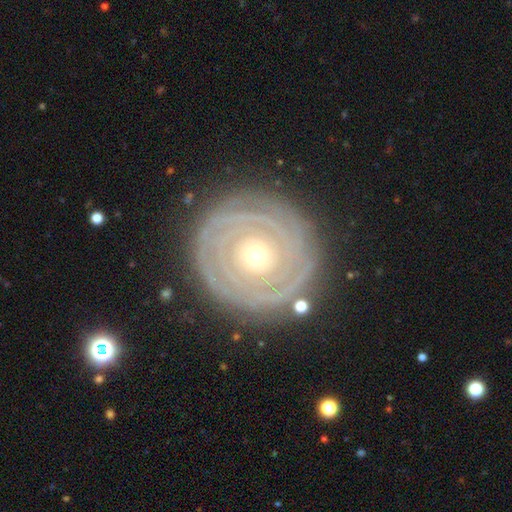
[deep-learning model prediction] featured or disk 82%, smooth 12%, star or artifact 6%. Down the decision tree: edge-on disk — no (96%); bar — no (87%); spiral arms — yes (89%); spiral arm count — 2 (33%); spiral winding — tight (88%); bulge size — small (72%); merging — none (84%).